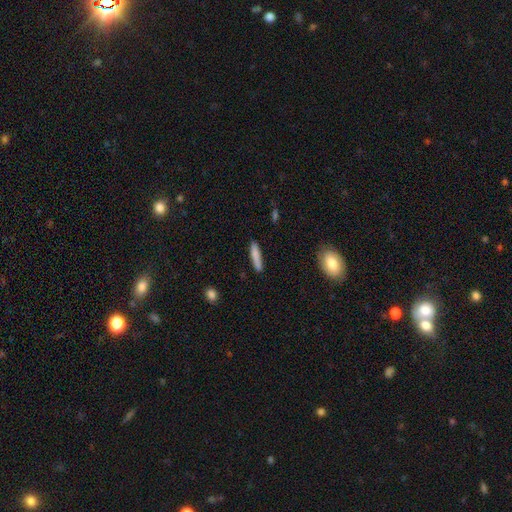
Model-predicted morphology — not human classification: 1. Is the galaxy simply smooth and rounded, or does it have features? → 82% smooth, 12% featured or disk, 6% star or artifact.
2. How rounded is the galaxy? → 89% cigar-shaped, 10% in between, 2% round.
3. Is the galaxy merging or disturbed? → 86% none, 10% minor disturbance, 2% major disturbance, 2% merger.